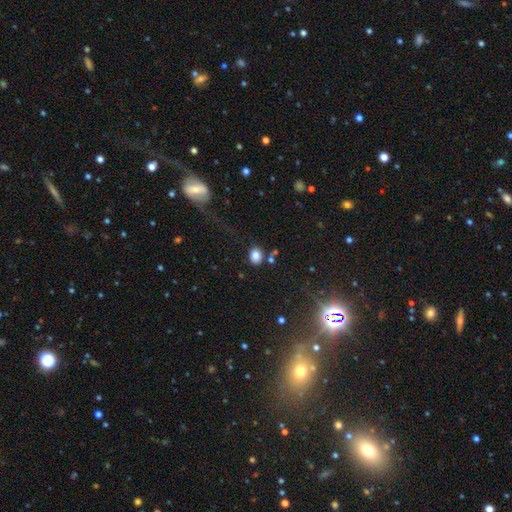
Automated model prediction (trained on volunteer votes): A smooth galaxy with no disk features (84%) that is in between round and cigar-shaped (58%).

Vote fractions:
- Smooth or featured? smooth: 84% / star or artifact: 10% / featured or disk: 6%
- How rounded? in between: 58% / round: 41% / cigar-shaped: 1%
- Merging? none: 74% / minor disturbance: 13% / merger: 7% / major disturbance: 6%